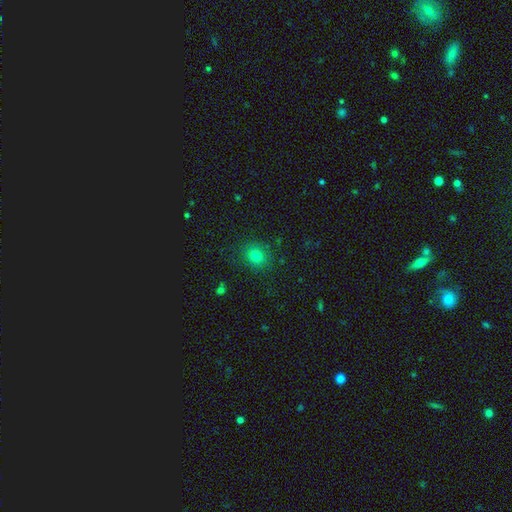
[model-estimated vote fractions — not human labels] A smooth galaxy with no disk features (79%) that is round (69%).

Vote fractions:
- Smooth or featured? smooth: 79% / star or artifact: 14% / featured or disk: 7%
- How rounded? round: 69% / in between: 30% / cigar-shaped: 1%
- Merging? none: 85% / minor disturbance: 10% / major disturbance: 3% / merger: 1%